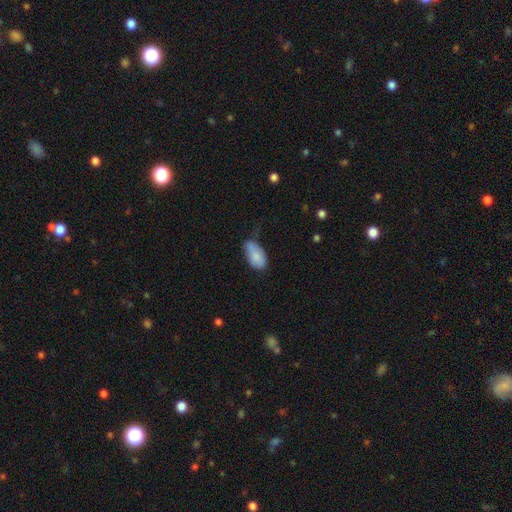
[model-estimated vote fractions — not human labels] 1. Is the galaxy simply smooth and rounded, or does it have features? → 82% smooth, 11% featured or disk, 7% star or artifact.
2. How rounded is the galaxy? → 94% in between, 4% round, 3% cigar-shaped.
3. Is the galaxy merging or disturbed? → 43% minor disturbance, 39% none, 12% major disturbance, 5% merger.